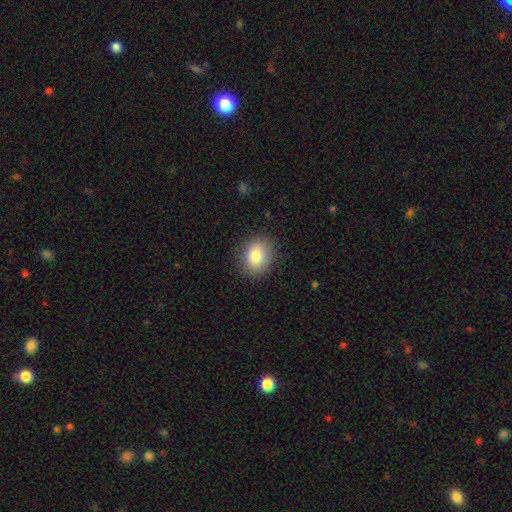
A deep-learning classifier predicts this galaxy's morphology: Smooth or featured: smooth — 82% (featured or disk — 9%)
How rounded: round — 55% (in between — 44%)
Merging: none — 87% (minor disturbance — 10%)